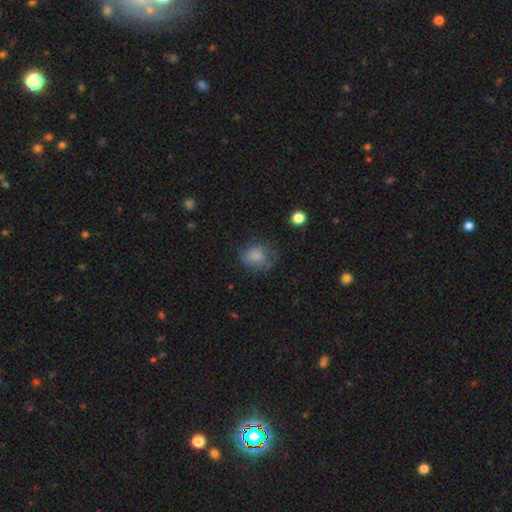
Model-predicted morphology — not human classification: type=smooth (76%); roundness=round (56%); merging=none (56%).